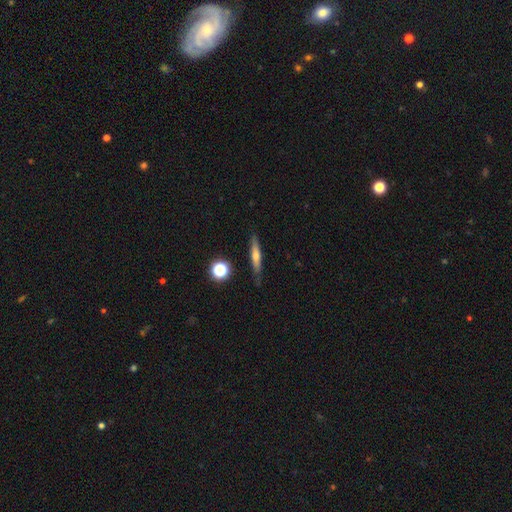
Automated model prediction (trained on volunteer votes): Morphology: type=smooth (49%); merging=none (81%).